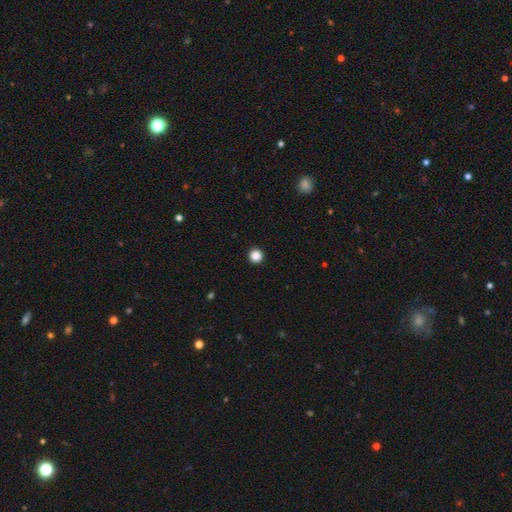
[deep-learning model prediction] The model was most divided on "smooth or featured": smooth: 87%, star or artifact: 11%, featured or disk: 2%. More confident: how rounded — round (96%); merging — none (94%).